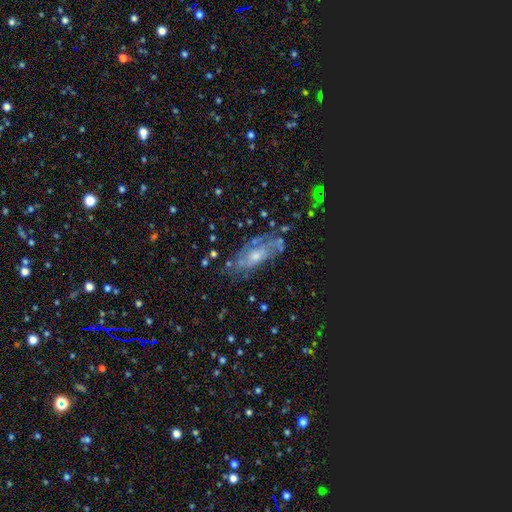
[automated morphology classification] The model was most divided on "bulge size": moderate: 46%, small: 43%, large: 5%, none: 4%, dominant: 1%. More confident: edge-on disk — no (87%); spiral arms — yes (82%); bar — no (72%); merging — none (69%); smooth or featured — featured or disk (68%).